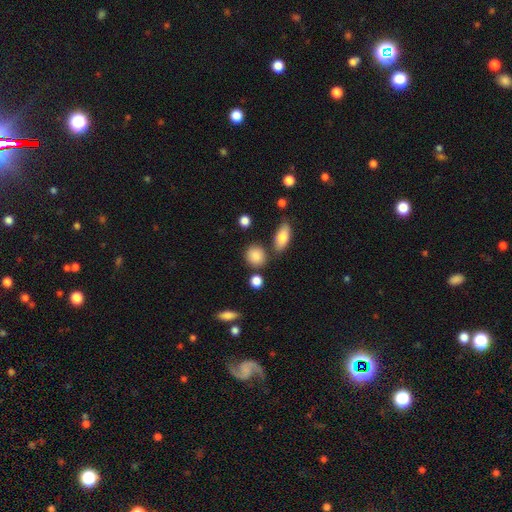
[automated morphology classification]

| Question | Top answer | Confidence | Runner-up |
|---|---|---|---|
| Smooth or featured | smooth | 86% | star or artifact (9%) |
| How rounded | round | 76% | in between (21%) |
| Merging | none | 76% | minor disturbance (12%) |